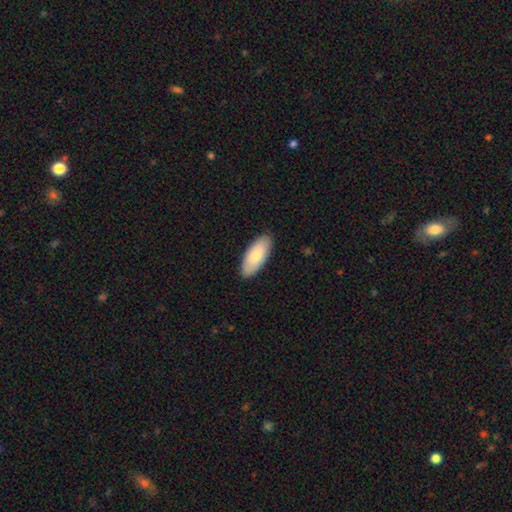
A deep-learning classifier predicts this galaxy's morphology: smooth-or-featured: smooth: 82% | featured or disk: 13% | star or artifact: 5%
  how-rounded: in between: 85% | cigar-shaped: 13% | round: 2%
  merging: none: 88% | minor disturbance: 9% | major disturbance: 2% | merger: 1%